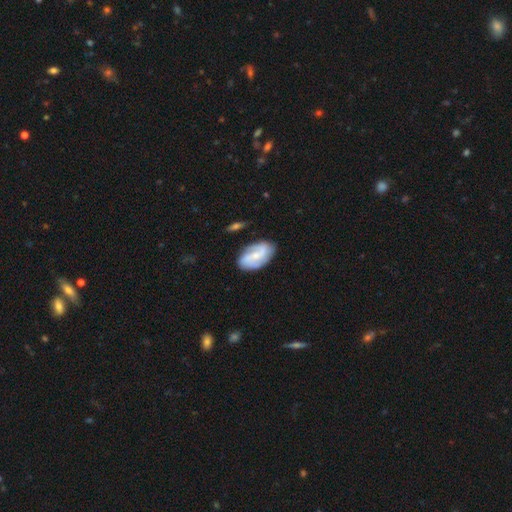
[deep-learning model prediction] Q: Smooth or featured?
A: featured or disk (67%); runner-up: smooth (27%)
Q: Edge-on disk?
A: no (96%); runner-up: yes (4%)
Q: Bar?
A: no (47%); runner-up: weak (42%)
Q: Spiral arms?
A: yes (92%); runner-up: no (8%)
Q: Spiral winding?
A: medium (42%); runner-up: loose (33%)
Q: Spiral arm count?
A: 2 (63%); runner-up: can't tell (14%)
Q: Bulge size?
A: small (59%); runner-up: moderate (31%)
Q: Merging?
A: none (75%); runner-up: minor disturbance (17%)